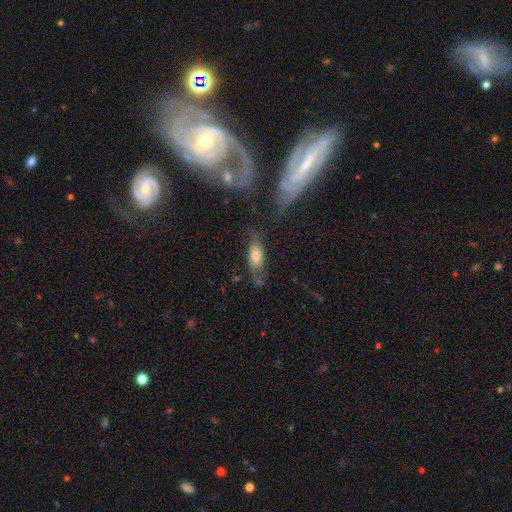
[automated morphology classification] Overall: smooth (67%). How rounded: in between (75%). Merging: none (53%; minor disturbance 25%).